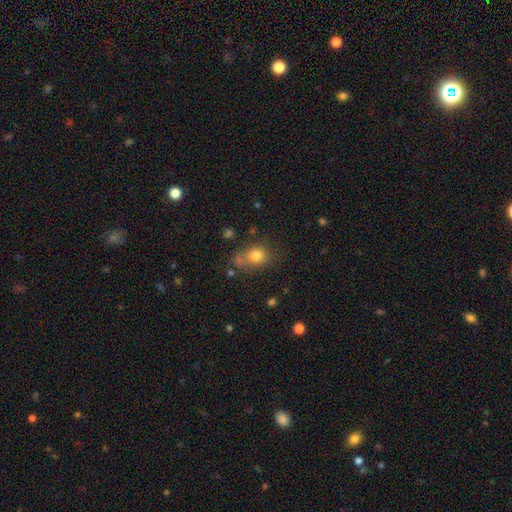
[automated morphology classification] type=smooth (78%); roundness=round (55%); merging=none (53%).